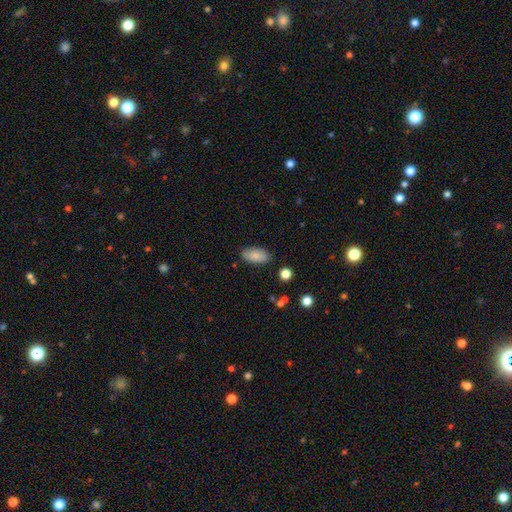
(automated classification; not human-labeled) Morphology: type=smooth (86%); roundness=in between (92%); merging=none (85%).